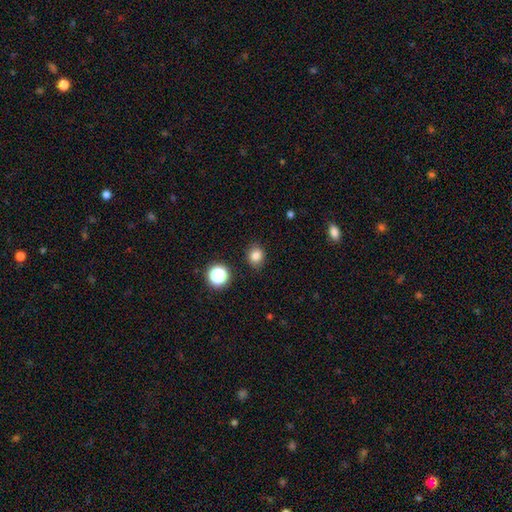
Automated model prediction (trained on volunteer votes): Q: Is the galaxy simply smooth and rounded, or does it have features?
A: smooth — 81%.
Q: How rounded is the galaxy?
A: round — 68%.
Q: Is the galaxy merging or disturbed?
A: none — 87%.